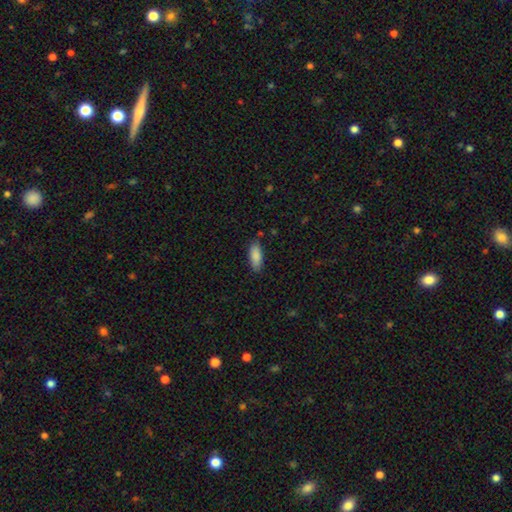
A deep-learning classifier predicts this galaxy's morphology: Smooth or featured?
  - smooth: 87% *
  - featured or disk: 7%
  - star or artifact: 6%
How rounded?
  - in between: 76% *
  - cigar-shaped: 23%
  - round: 2%
Merging?
  - none: 83% *
  - minor disturbance: 13%
  - major disturbance: 2%
  - merger: 2%